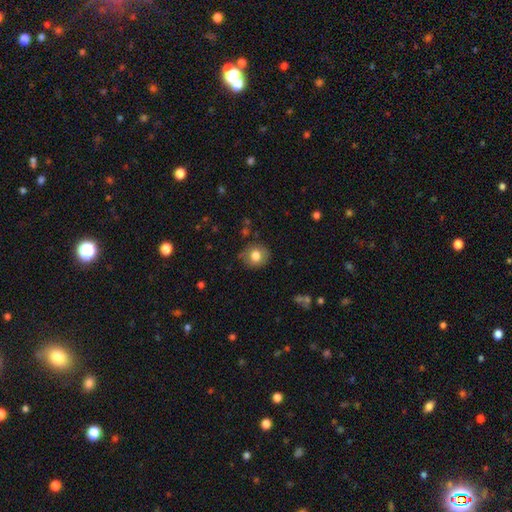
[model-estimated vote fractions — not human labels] This appears to be a smooth galaxy with no disk features (77%) that is round (80%). Merging: none (79%).